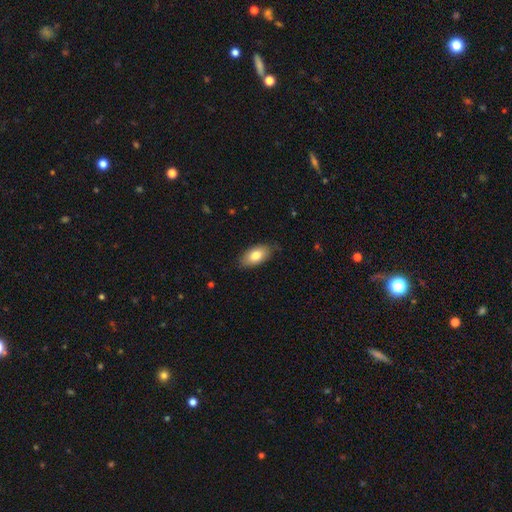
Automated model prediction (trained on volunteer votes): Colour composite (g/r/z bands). It shows a smooth galaxy with no disk features (78%) that is in between round and cigar-shaped (91%). Merging: none (81%).